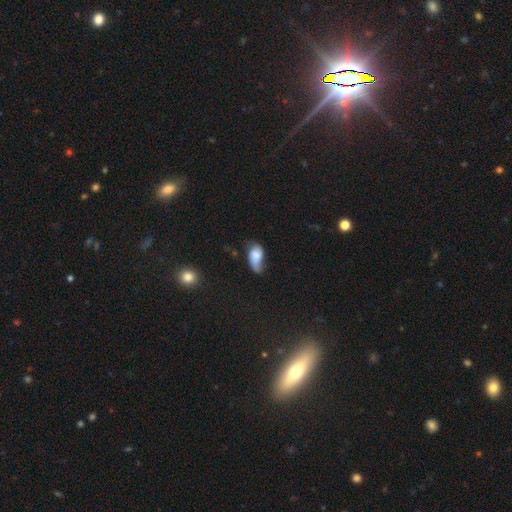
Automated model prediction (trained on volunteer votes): Morphology: type=smooth (68%); roundness=in between (88%); merging=minor disturbance (38%).